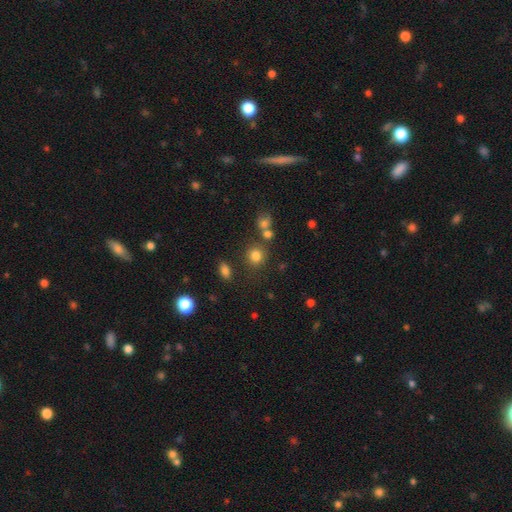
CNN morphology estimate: Smooth or featured: smooth — 80% (star or artifact — 14%)
How rounded: round — 81% (in between — 17%)
Merging: none — 73% (merger — 12%)